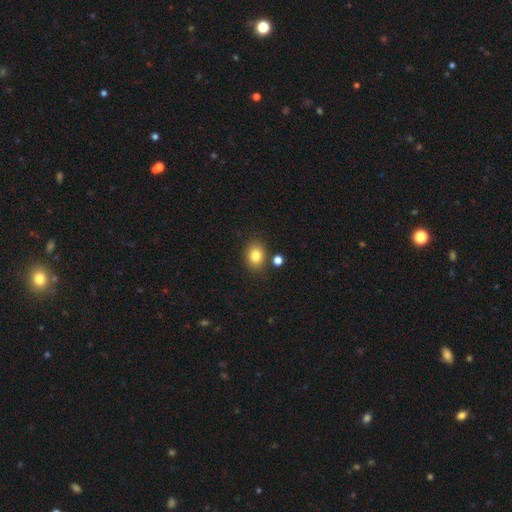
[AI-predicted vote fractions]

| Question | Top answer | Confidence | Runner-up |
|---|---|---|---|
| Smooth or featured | smooth | 82% | star or artifact (10%) |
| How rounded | in between | 56% | round (43%) |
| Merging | none | 80% | minor disturbance (11%) |